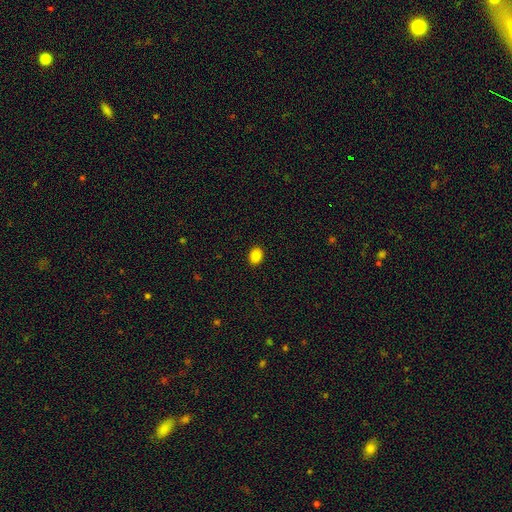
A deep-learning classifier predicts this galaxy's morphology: The model was most divided on "how rounded": in between: 68%, round: 32%, cigar-shaped: 1%. More confident: merging — none (90%); smooth or featured — smooth (85%).